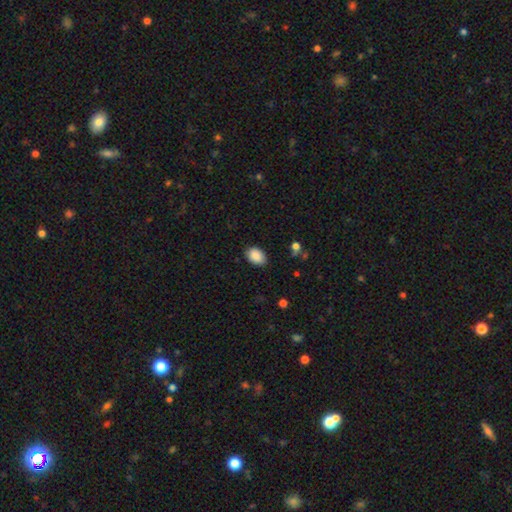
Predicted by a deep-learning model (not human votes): Morphology: type=smooth (89%); roundness=in between (83%); merging=none (85%).